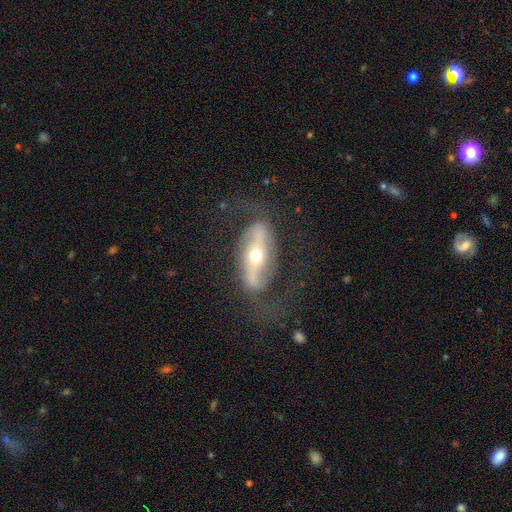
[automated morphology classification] featured or disk 83%, smooth 12%, star or artifact 5%. Down the decision tree: edge-on disk — no (87%); bar — strong (61%); spiral arms — yes (83%); spiral arm count — 2 (88%); spiral winding — loose (46%); bulge size — moderate (60%); merging — none (68%).